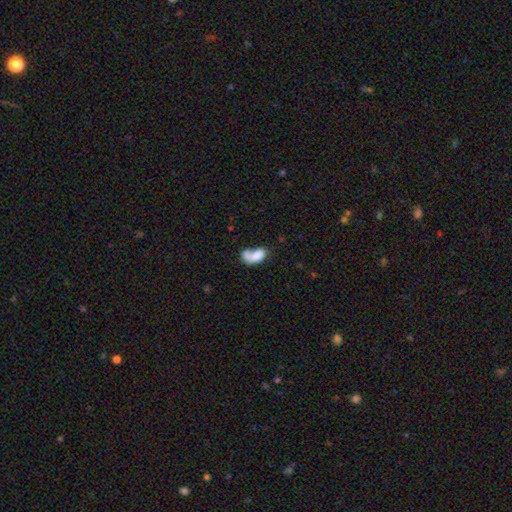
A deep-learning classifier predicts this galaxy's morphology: smooth-or-featured: smooth: 72% | featured or disk: 20% | star or artifact: 8%
  how-rounded: in between: 89% | round: 7% | cigar-shaped: 3%
  merging: merger: 45% | none: 24% | major disturbance: 17% | minor disturbance: 13%